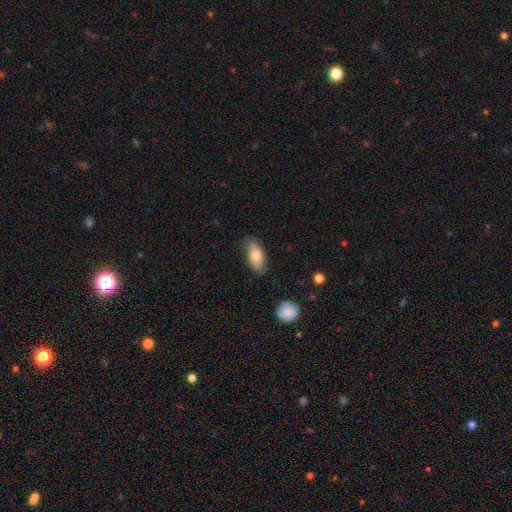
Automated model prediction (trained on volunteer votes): Smooth or featured? Predicted: smooth (p=0.81). How rounded? Predicted: in between (p=0.88). Merging? Predicted: none (p=0.77).